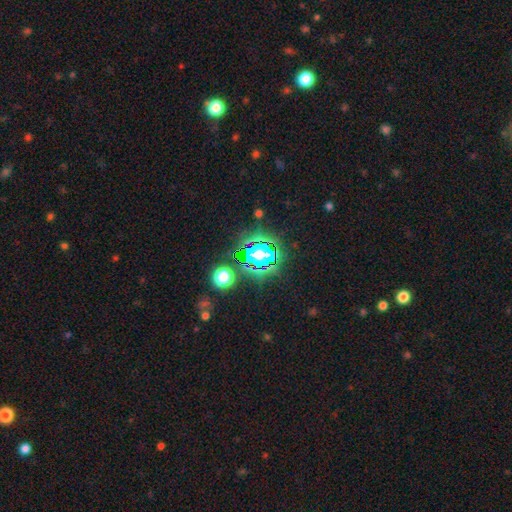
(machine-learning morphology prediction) Smooth or featured? Predicted: star or artifact (p=0.74).